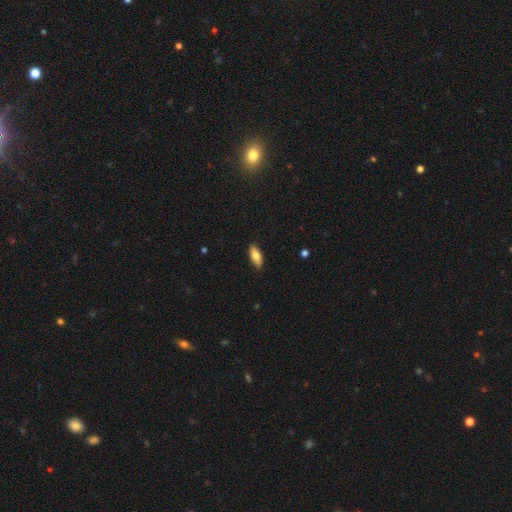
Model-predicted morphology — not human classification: Smooth or featured?
  - smooth: 73% *
  - featured or disk: 21%
  - star or artifact: 6%
How rounded?
  - in between: 73% *
  - cigar-shaped: 24%
  - round: 3%
Merging?
  - none: 88% *
  - minor disturbance: 9%
  - major disturbance: 2%
  - merger: 1%